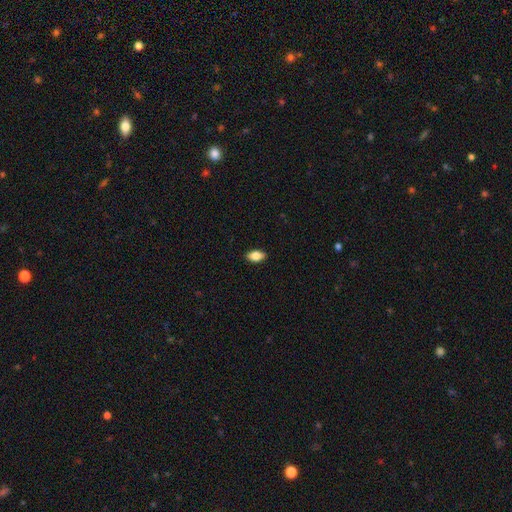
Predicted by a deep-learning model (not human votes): Q: Smooth or featured?
A: smooth (84%); runner-up: featured or disk (9%)
Q: How rounded?
A: in between (91%); runner-up: round (6%)
Q: Merging?
A: none (89%); runner-up: minor disturbance (8%)